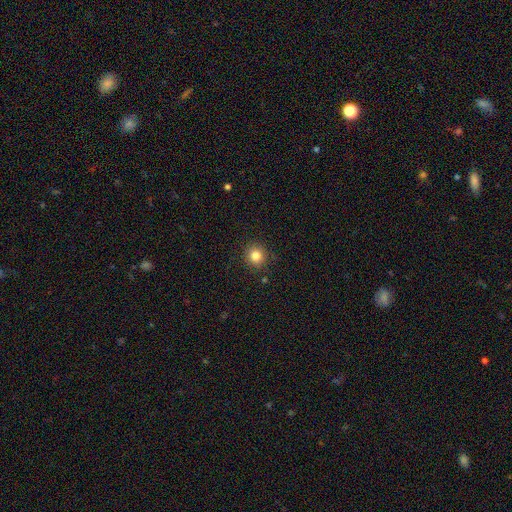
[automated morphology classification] smooth 83%, star or artifact 12%, featured or disk 5%. Down the decision tree: how rounded — round (91%); merging — none (89%).